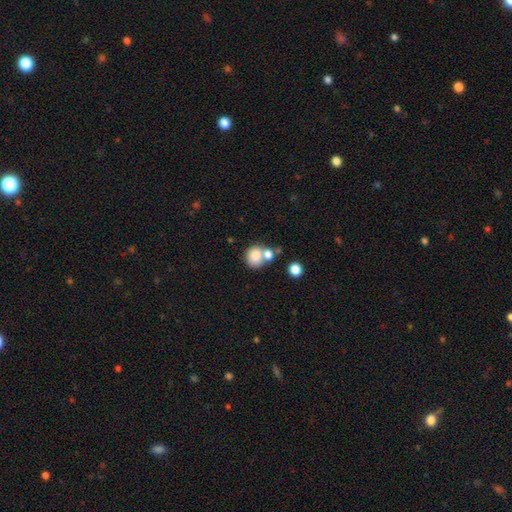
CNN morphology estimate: A smooth galaxy with no disk features (80%) that is round (68%). Merging: merger (46%).